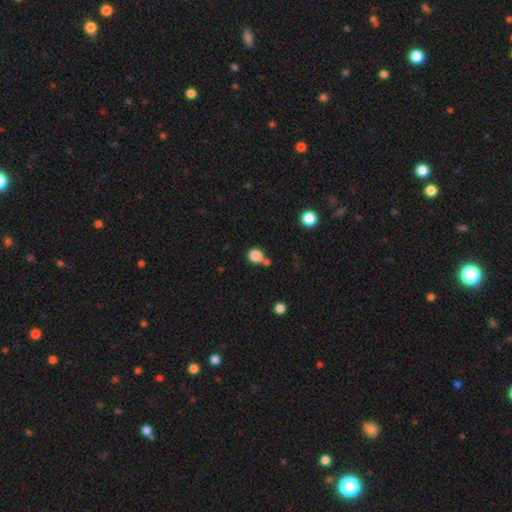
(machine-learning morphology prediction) Smooth or featured?
  - smooth: 85% *
  - star or artifact: 10%
  - featured or disk: 5%
How rounded?
  - round: 81% *
  - in between: 18%
  - cigar-shaped: 1%
Merging?
  - none: 60% *
  - merger: 24%
  - minor disturbance: 12%
  - major disturbance: 4%